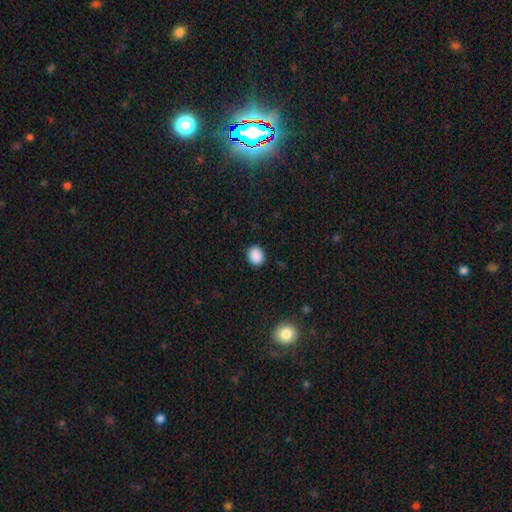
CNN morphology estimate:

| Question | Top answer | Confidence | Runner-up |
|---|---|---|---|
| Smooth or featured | smooth | 89% | star or artifact (8%) |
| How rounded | in between | 50% | round (49%) |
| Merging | none | 89% | minor disturbance (7%) |